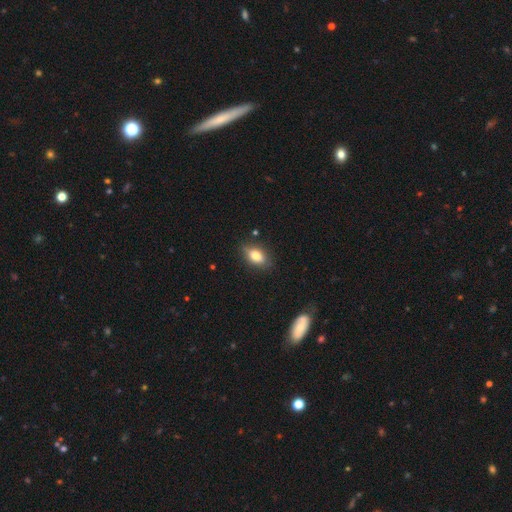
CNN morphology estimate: This is likely a smooth galaxy (75%). How rounded: clearly in between (83%). Merging: likely none (80%).